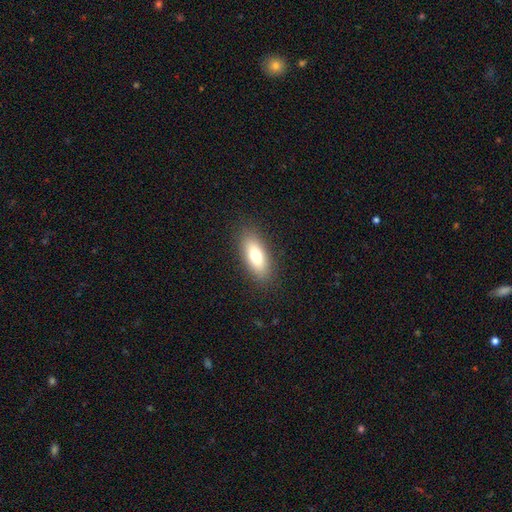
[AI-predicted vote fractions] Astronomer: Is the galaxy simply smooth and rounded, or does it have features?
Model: smooth — 71%.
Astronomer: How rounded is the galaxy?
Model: in between — 75%.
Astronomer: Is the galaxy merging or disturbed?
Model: none — 87%.